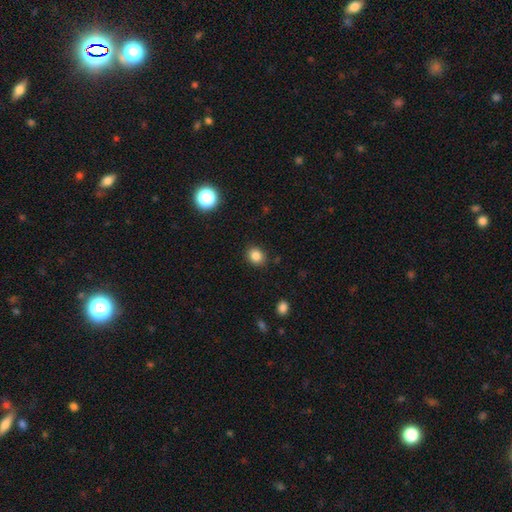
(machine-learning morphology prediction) Overall: smooth (84%). How rounded: round (60%; in between 39%). Merging: none (87%).